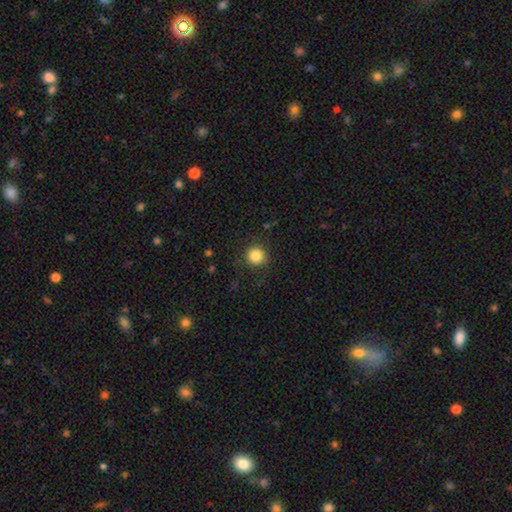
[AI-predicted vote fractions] Smooth or featured: smooth — 85% (star or artifact — 11%)
How rounded: round — 94% (in between — 5%)
Merging: none — 87% (minor disturbance — 9%)